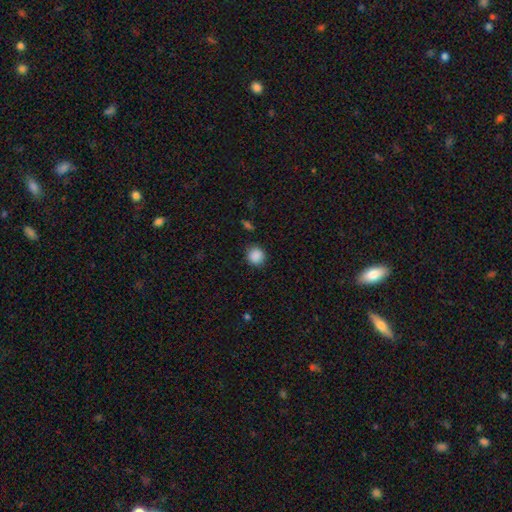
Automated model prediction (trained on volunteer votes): Overall: smooth (88%). How rounded: round (90%). Merging: none (87%).